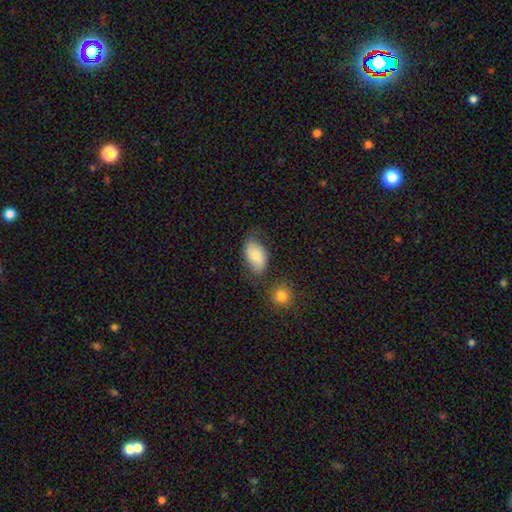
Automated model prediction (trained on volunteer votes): This is likely a smooth galaxy (75%). How rounded: clearly in between (89%). Merging: possibly none (60%).